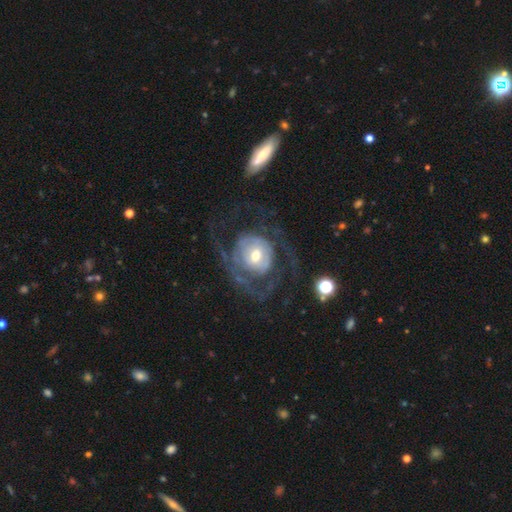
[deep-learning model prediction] The model was most divided on "spiral winding": medium: 37%, tight: 34%, loose: 29%. Remaining: edge-on disk — no (97%); smooth or featured — featured or disk (75%); spiral arms — yes (74%); bar — no (65%); bulge size — moderate (53%); merging — none (44%); spiral arm count — 2 (39%).